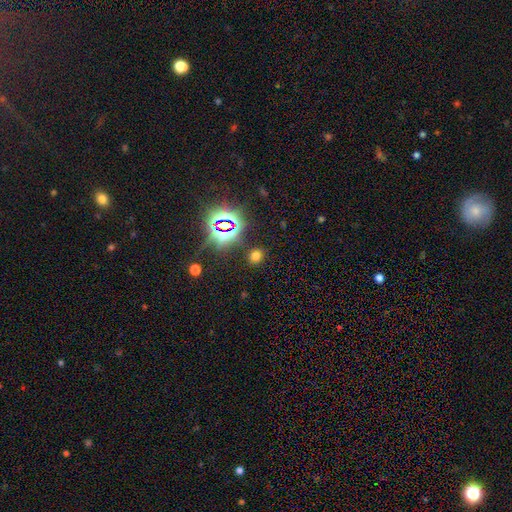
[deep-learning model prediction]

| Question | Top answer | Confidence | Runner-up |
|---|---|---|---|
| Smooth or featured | smooth | 60% | star or artifact (33%) |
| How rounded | round | 54% | in between (45%) |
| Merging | none | 85% | minor disturbance (9%) |